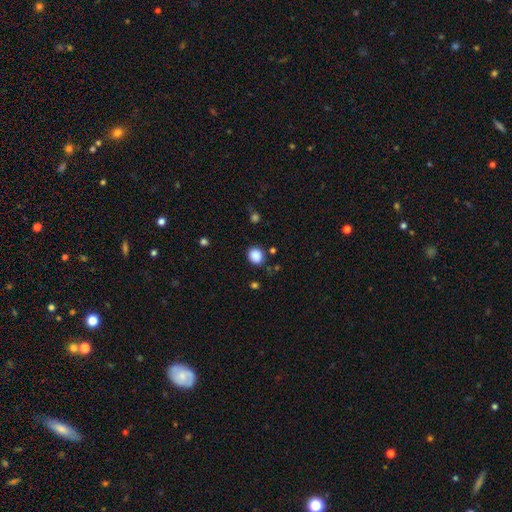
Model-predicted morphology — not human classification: smooth 87%, star or artifact 10%, featured or disk 3%. Down the decision tree: how rounded — round (73%); merging — none (84%).